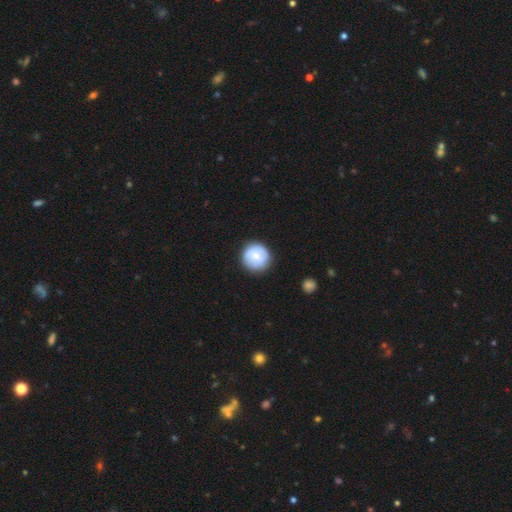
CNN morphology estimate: The model was most divided on "smooth or featured": smooth: 73%, featured or disk: 21%, star or artifact: 6%. More confident: how rounded — round (95%); merging — none (85%).